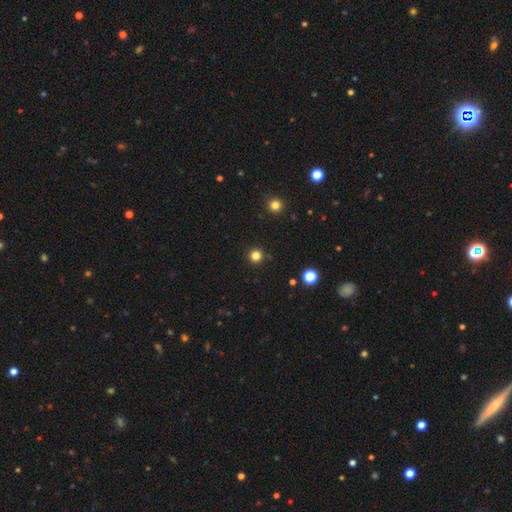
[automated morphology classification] smooth_or_featured: smooth (p=0.81) [alt: star or artifact p=0.14]
how_rounded: round (p=0.96) [alt: in between p=0.03]
merging: none (p=0.92) [alt: minor disturbance p=0.05]